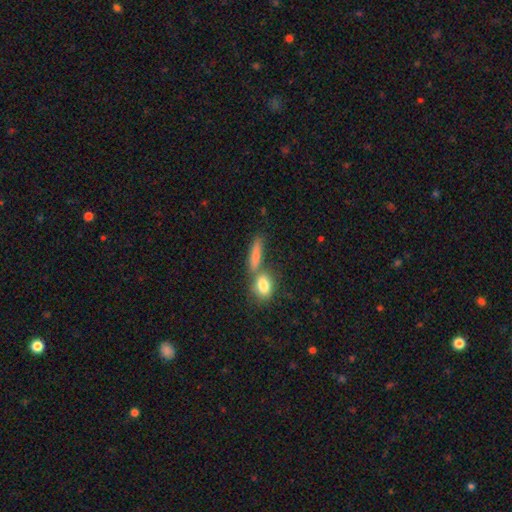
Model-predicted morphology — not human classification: smooth_or_featured: smooth (p=0.79) [alt: featured or disk p=0.13]
how_rounded: cigar-shaped (p=0.53) [alt: in between p=0.37]
merging: none (p=0.51) [alt: merger p=0.32]